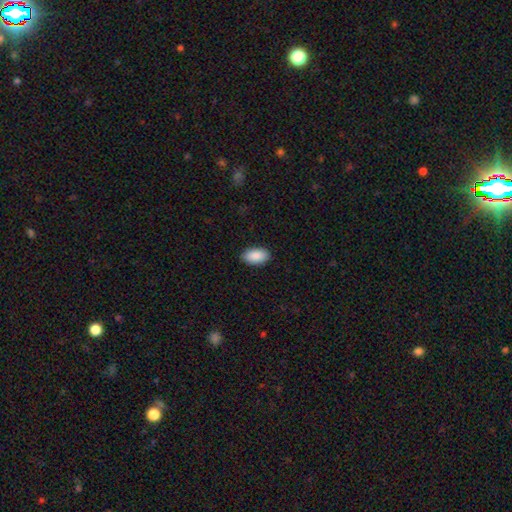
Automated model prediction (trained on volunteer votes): smooth 90%, star or artifact 6%, featured or disk 4%. Down the decision tree: how rounded — in between (95%); merging — none (88%).